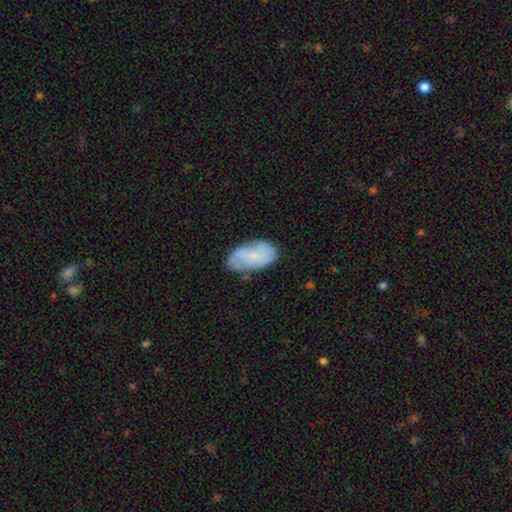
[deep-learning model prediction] Overall: smooth (64%; featured or disk 29%). How rounded: in between (94%). Merging: none (66%).